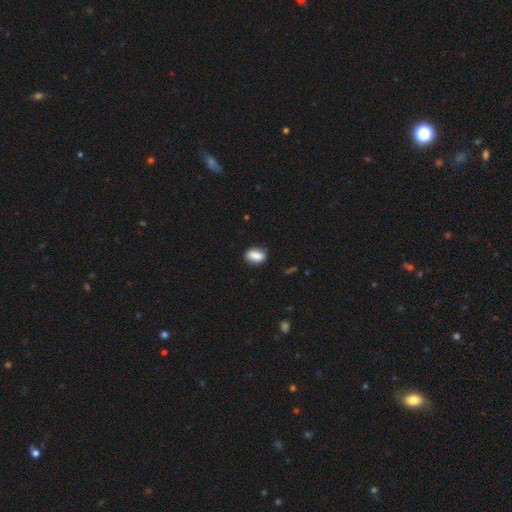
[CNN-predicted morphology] smooth_or_featured: smooth (p=0.85) [alt: star or artifact p=0.08]
how_rounded: in between (p=0.84) [alt: round p=0.11]
merging: none (p=0.83) [alt: minor disturbance p=0.13]